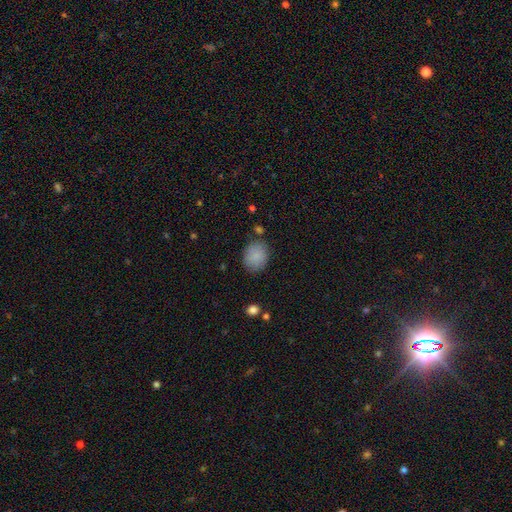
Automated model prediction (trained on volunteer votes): This is clearly a smooth galaxy (87%). How rounded: possibly round (56%). Merging: likely none (79%).